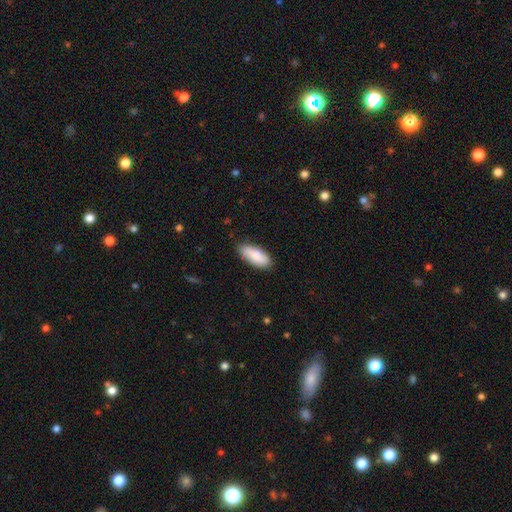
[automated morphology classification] A smooth galaxy with no disk features (84%) that is in between round and cigar-shaped (82%). Merging: none (82%).